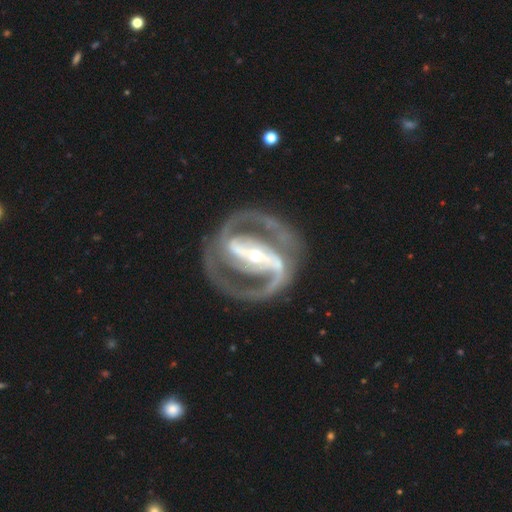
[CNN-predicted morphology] smooth_or_featured: featured or disk (p=0.92) [alt: star or artifact p=0.04]
disk_edge_on: no (p=0.96) [alt: yes p=0.04]
bar: strong (p=0.76) [alt: weak p=0.16]
has_spiral_arms: yes (p=0.96) [alt: no p=0.04]
spiral_winding: medium (p=0.50) [alt: tight p=0.39]
spiral_arm_count: 2 (p=0.90) [alt: 3 p=0.03]
bulge_size: small (p=0.61) [alt: moderate p=0.34]
merging: none (p=0.77) [alt: minor disturbance p=0.12]